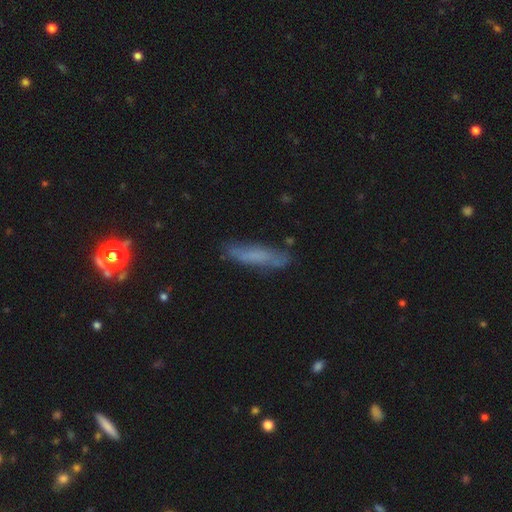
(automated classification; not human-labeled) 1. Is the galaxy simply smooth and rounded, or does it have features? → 58% smooth, 32% featured or disk, 10% star or artifact.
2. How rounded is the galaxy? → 79% cigar-shaped, 19% in between, 2% round.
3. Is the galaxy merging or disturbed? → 74% none, 19% minor disturbance, 5% major disturbance, 2% merger.